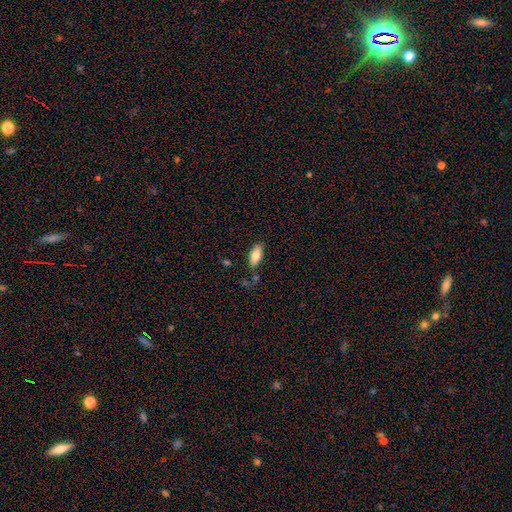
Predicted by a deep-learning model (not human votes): Smooth or featured?
  - smooth: 78% *
  - featured or disk: 15%
  - star or artifact: 7%
How rounded?
  - in between: 87% *
  - cigar-shaped: 10%
  - round: 2%
Merging?
  - none: 70% *
  - minor disturbance: 19%
  - merger: 6%
  - major disturbance: 5%